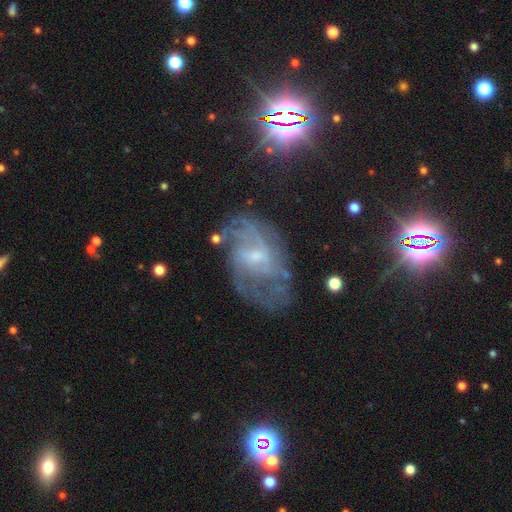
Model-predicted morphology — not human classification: featured or disk 72%, star or artifact 15%, smooth 13%. Down the decision tree: edge-on disk — no (96%); bar — weak (50%); spiral arms — yes (82%); spiral arm count — can't tell (47%); spiral winding — medium (41%); bulge size — small (58%); merging — none (57%).